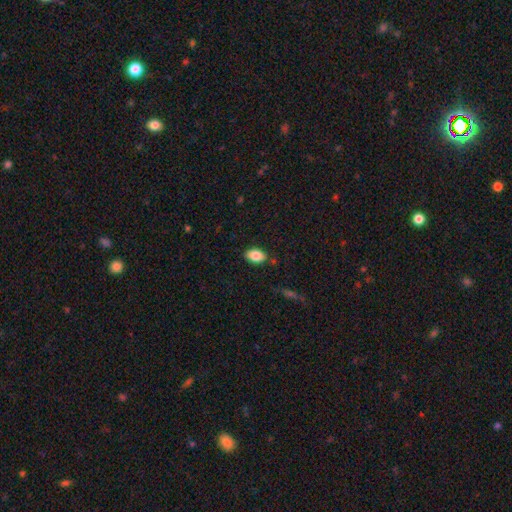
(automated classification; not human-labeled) Smooth or featured?
  - smooth: 85% *
  - star or artifact: 8%
  - featured or disk: 7%
How rounded?
  - in between: 91% *
  - round: 8%
  - cigar-shaped: 2%
Merging?
  - none: 84% *
  - minor disturbance: 11%
  - major disturbance: 3%
  - merger: 2%